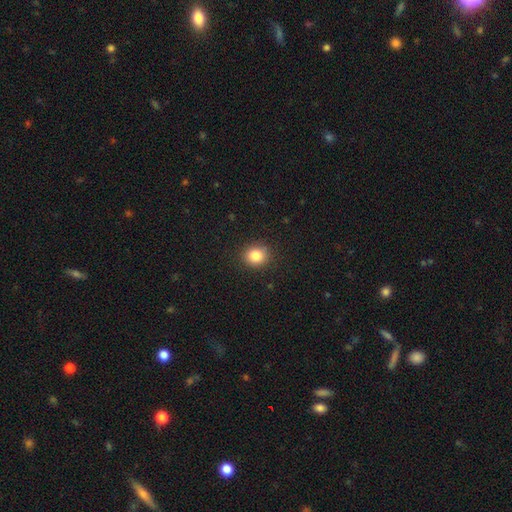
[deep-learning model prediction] smooth-or-featured: smooth: 84% | star or artifact: 11% | featured or disk: 5%
  how-rounded: round: 82% | in between: 17% | cigar-shaped: 1%
  merging: none: 90% | minor disturbance: 7% | major disturbance: 2% | merger: 1%